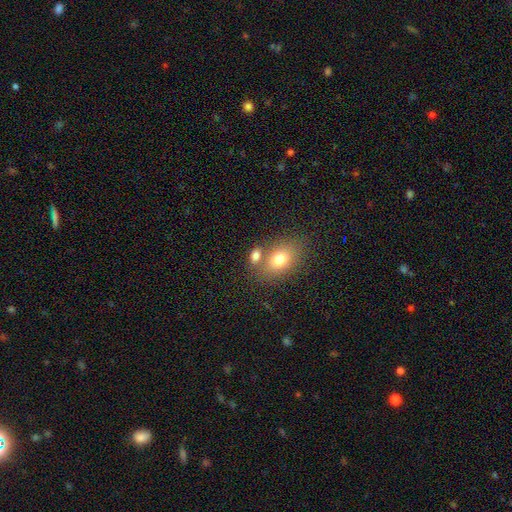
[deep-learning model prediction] Smooth or featured?
  - smooth: 76% *
  - featured or disk: 13%
  - star or artifact: 11%
How rounded?
  - in between: 76% *
  - round: 22%
  - cigar-shaped: 3%
Merging?
  - none: 51% *
  - merger: 34%
  - minor disturbance: 11%
  - major disturbance: 5%